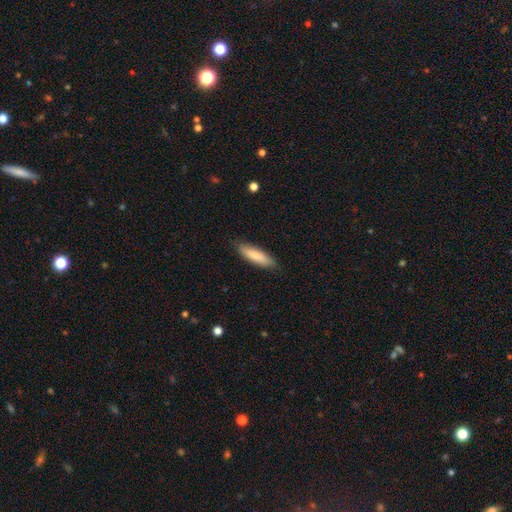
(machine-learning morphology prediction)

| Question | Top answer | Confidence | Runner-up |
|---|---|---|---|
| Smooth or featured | smooth | 81% | featured or disk (14%) |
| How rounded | cigar-shaped | 64% | in between (34%) |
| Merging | none | 85% | minor disturbance (12%) |